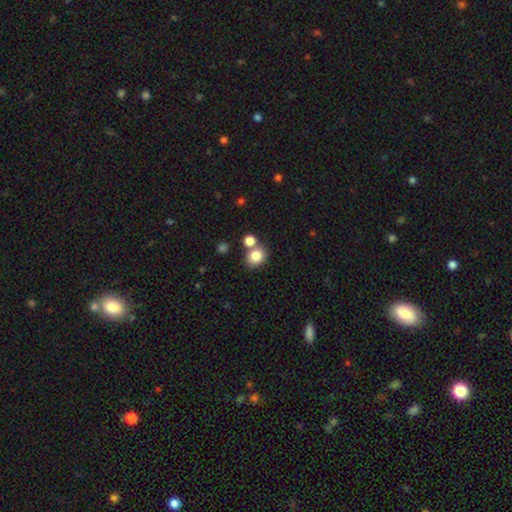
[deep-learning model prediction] smooth 82%, star or artifact 11%, featured or disk 7%. Down the decision tree: how rounded — round (67%); merging — none (61%).